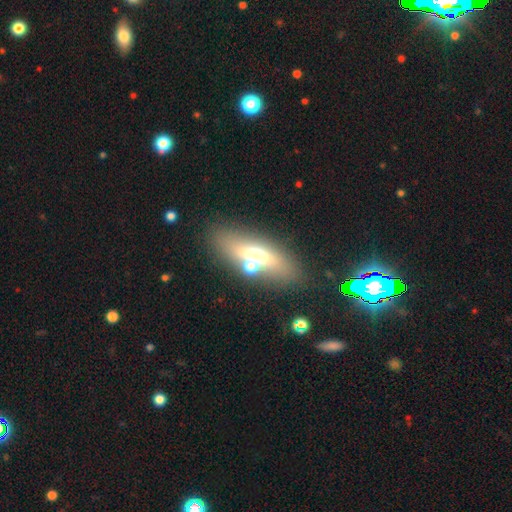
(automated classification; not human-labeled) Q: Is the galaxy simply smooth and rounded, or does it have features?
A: smooth — 50%.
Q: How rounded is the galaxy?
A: in between — 60%.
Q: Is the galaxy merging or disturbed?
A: none — 67%.